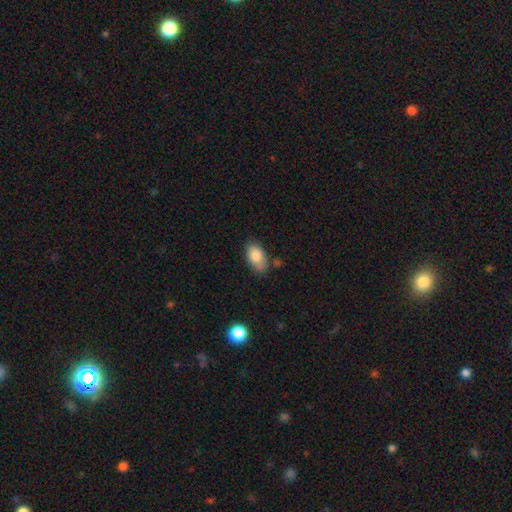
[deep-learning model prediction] A smooth galaxy with no disk features (84%) that is in between round and cigar-shaped (92%).

Vote fractions:
- Smooth or featured? smooth: 84% / featured or disk: 9% / star or artifact: 7%
- How rounded? in between: 92% / round: 6% / cigar-shaped: 2%
- Merging? none: 66% / minor disturbance: 23% / merger: 6% / major disturbance: 5%